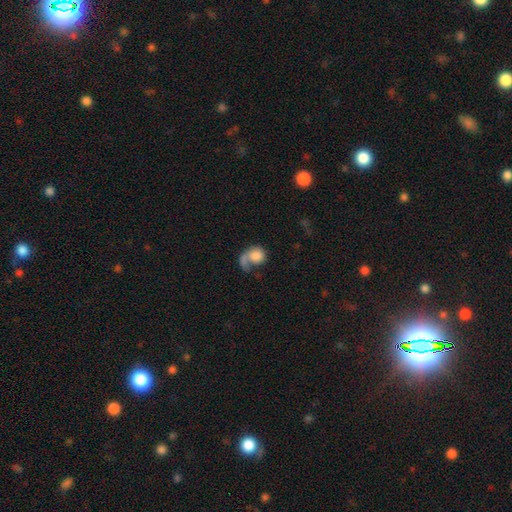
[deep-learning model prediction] The model was most divided on "merging": major disturbance: 41%, none: 29%, minor disturbance: 15%, merger: 15%. More confident: how rounded — round (70%); smooth or featured — smooth (60%).